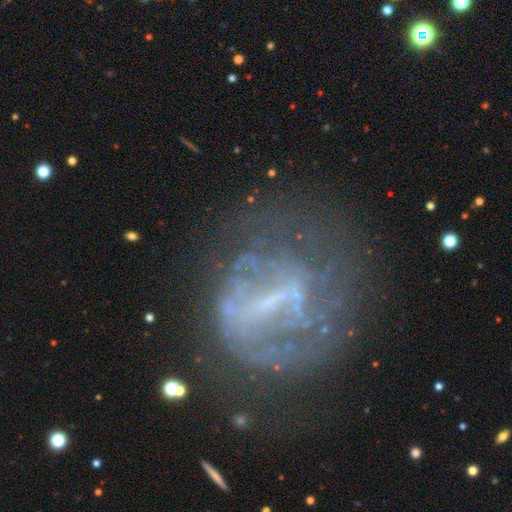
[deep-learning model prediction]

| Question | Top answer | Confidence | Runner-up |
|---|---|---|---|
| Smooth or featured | featured or disk | 73% | smooth (14%) |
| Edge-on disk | no | 96% | yes (4%) |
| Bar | strong | 40% | weak (36%) |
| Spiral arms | yes | 51% | no (49%) |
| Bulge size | small | 42% | none (40%) |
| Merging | none | 52% | major disturbance (27%) |